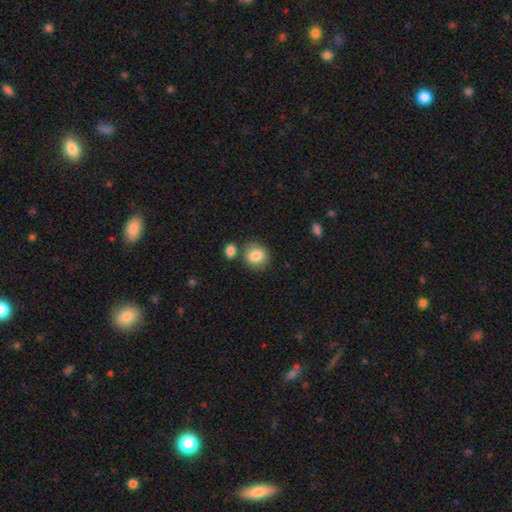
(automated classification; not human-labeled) This is clearly a smooth galaxy (85%). How rounded: likely round (71%). Merging: likely none (71%).